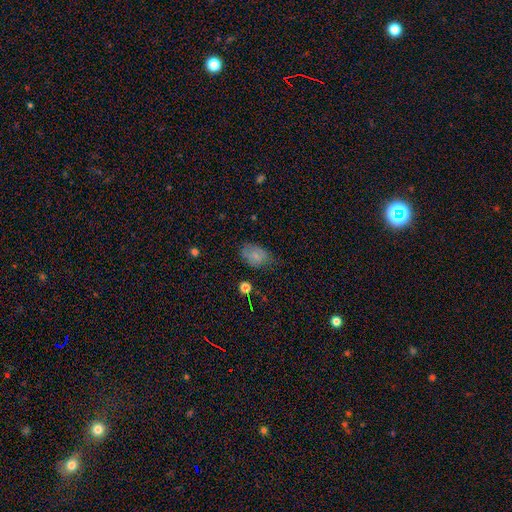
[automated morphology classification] smooth-or-featured: smooth: 72% | featured or disk: 16% | star or artifact: 11%
  how-rounded: in between: 81% | round: 18% | cigar-shaped: 1%
  merging: none: 60% | minor disturbance: 30% | major disturbance: 8% | merger: 2%